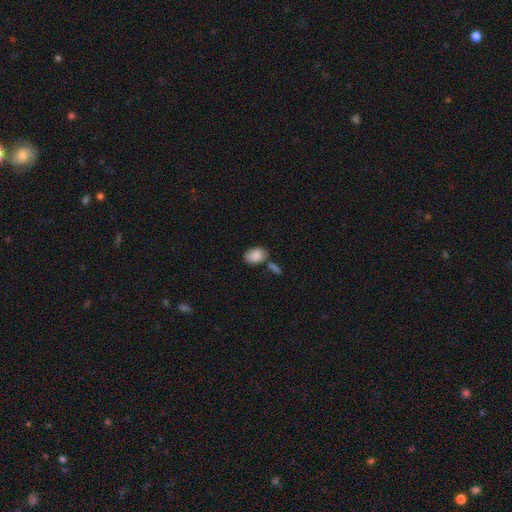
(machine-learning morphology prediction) This is clearly a smooth galaxy (87%). How rounded: clearly in between (87%). Merging: likely none (64%).